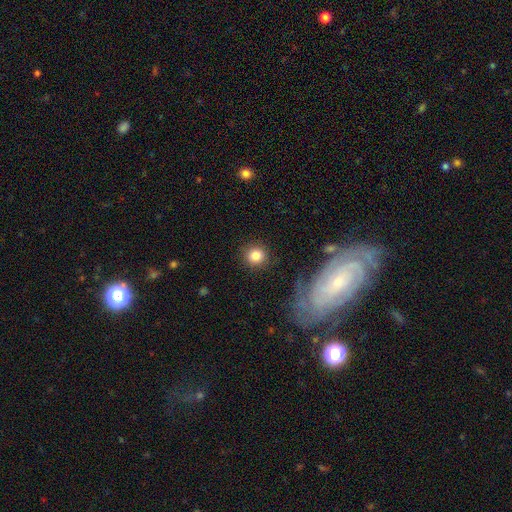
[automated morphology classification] A smooth galaxy with no disk features (84%) that is round (91%). Merging: none (88%).